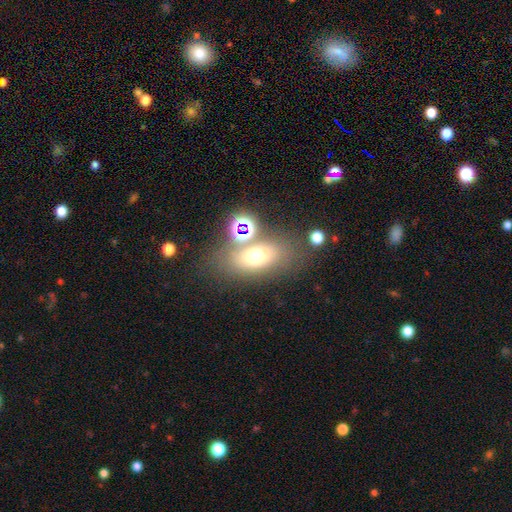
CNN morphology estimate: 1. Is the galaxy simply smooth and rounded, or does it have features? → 57% smooth, 22% featured or disk, 21% star or artifact.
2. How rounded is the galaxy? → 72% in between, 20% round, 8% cigar-shaped.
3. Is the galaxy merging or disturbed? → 61% none, 17% merger, 14% minor disturbance, 9% major disturbance.